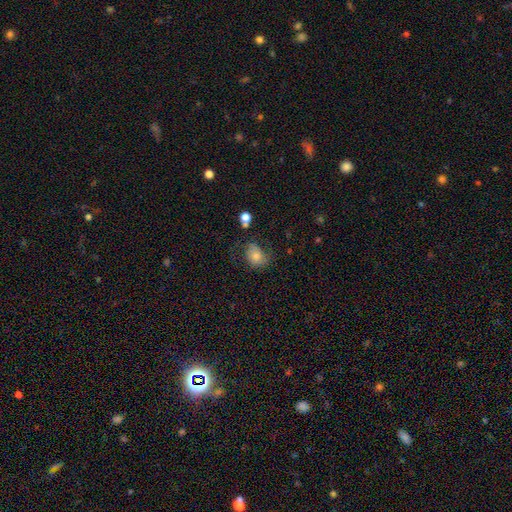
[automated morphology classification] type=smooth (58%); roundness=in between (55%); merging=none (46%).